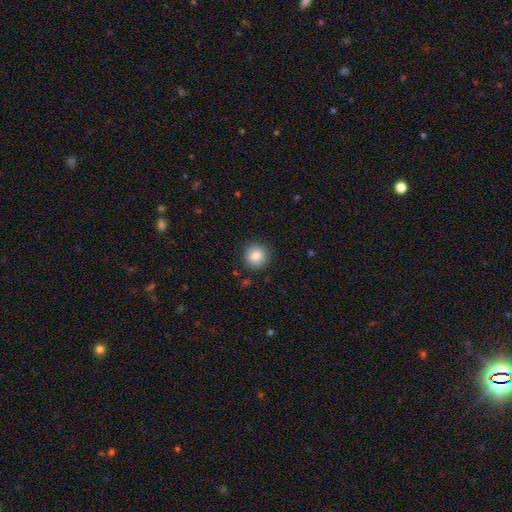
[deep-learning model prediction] A smooth galaxy with no disk features (85%) that is round (91%). Merging: none (89%).